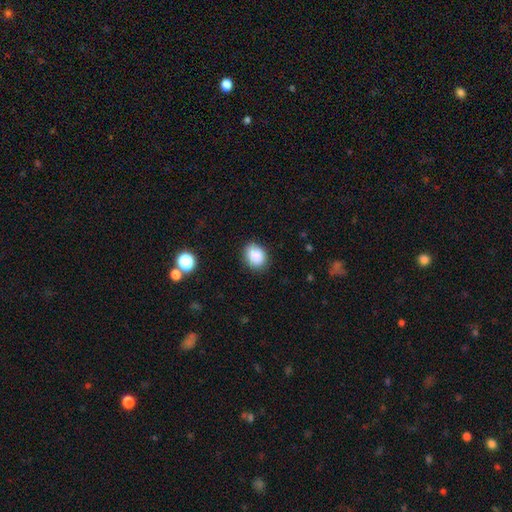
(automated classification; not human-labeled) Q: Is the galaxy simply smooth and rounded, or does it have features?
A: smooth — 87%.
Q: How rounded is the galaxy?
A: in between — 56%.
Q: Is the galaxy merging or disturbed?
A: none — 82%.